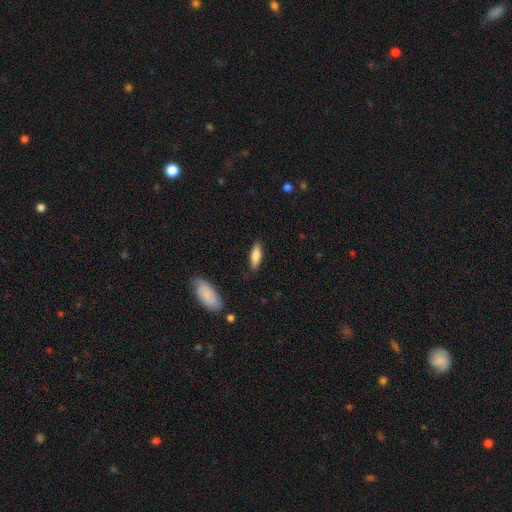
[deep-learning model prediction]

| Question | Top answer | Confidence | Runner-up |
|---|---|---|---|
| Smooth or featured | smooth | 80% | featured or disk (14%) |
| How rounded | in between | 61% | cigar-shaped (38%) |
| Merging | none | 84% | minor disturbance (12%) |